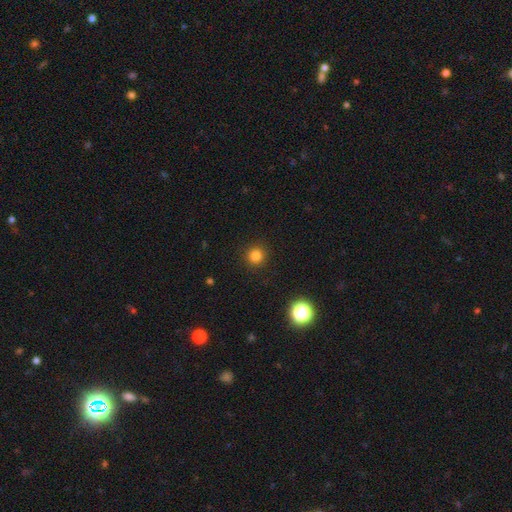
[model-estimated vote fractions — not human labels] This is clearly a smooth galaxy (81%). How rounded: clearly round (95%). Merging: clearly none (92%).